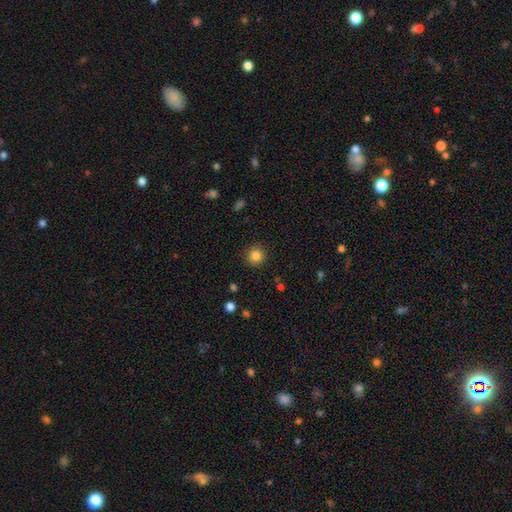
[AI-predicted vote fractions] smooth 84%, star or artifact 11%, featured or disk 5%. Down the decision tree: how rounded — round (93%); merging — none (90%).